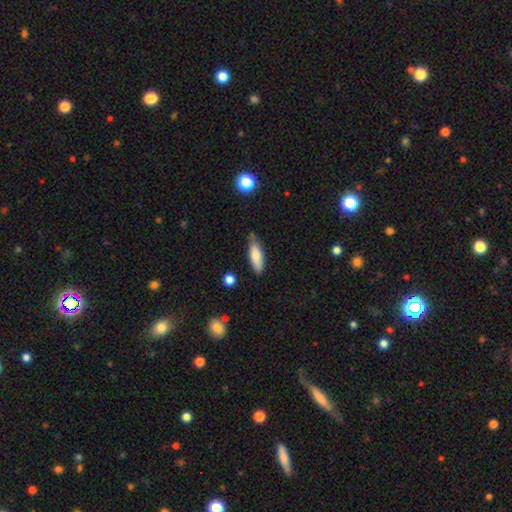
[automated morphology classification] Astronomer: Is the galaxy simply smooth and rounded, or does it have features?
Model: smooth — 76%.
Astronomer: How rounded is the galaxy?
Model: in between — 61% (runner-up: cigar-shaped, 37%).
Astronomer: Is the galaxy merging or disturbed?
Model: none — 73%.